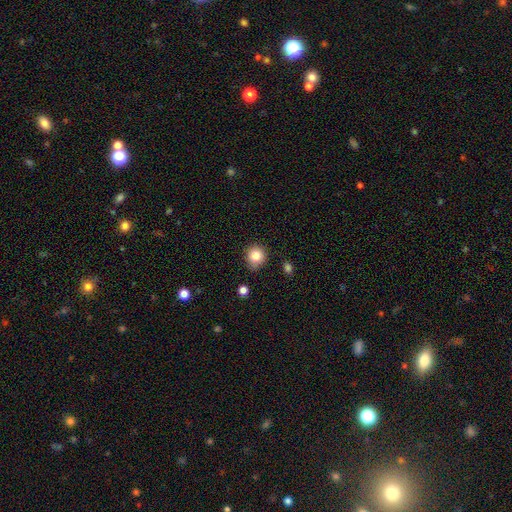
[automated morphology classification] Overall: smooth (82%). How rounded: round (86%). Merging: none (80%).